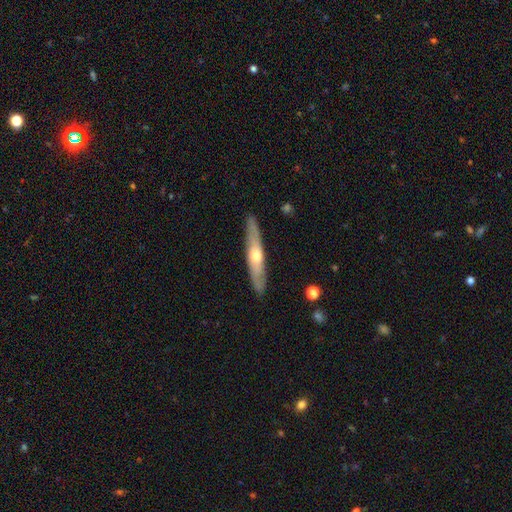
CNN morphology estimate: This appears to be a featured or disk galaxy (57%) viewed edge-on (86%). Merging: none (88%).